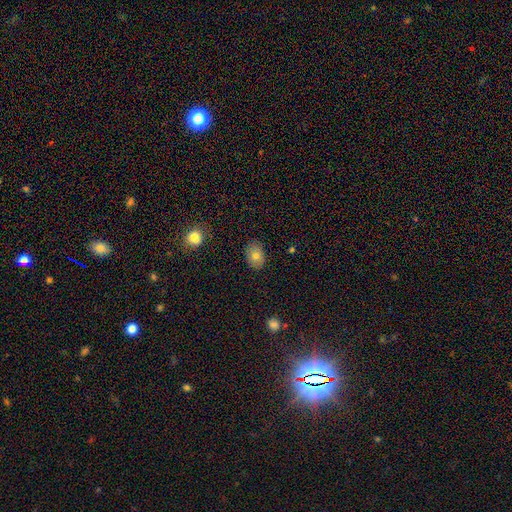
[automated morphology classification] A smooth galaxy with no disk features (77%) that is in between round and cigar-shaped (72%).

Vote fractions:
- Smooth or featured? smooth: 77% / featured or disk: 14% / star or artifact: 9%
- How rounded? in between: 72% / round: 27% / cigar-shaped: 1%
- Merging? none: 86% / minor disturbance: 10% / major disturbance: 2% / merger: 1%